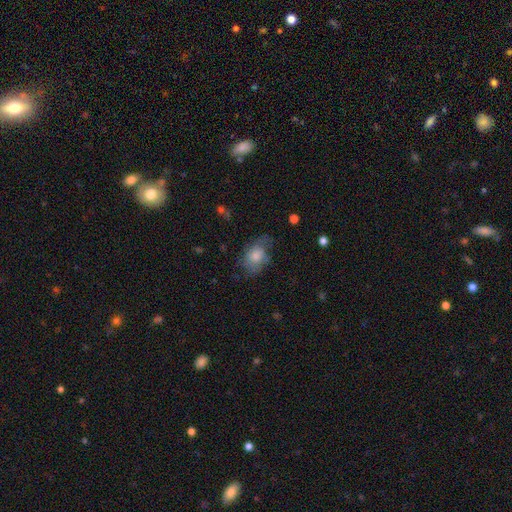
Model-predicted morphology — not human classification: smooth_or_featured: smooth (p=0.68) [alt: featured or disk p=0.24]
how_rounded: in between (p=0.78) [alt: round p=0.21]
merging: none (p=0.49) [alt: minor disturbance p=0.30]